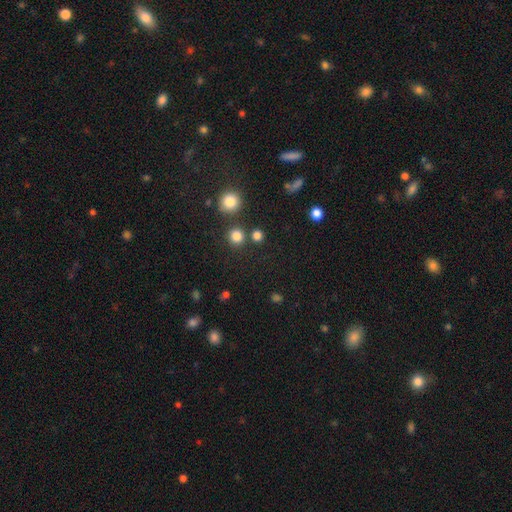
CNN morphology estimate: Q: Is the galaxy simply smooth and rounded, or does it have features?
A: star or artifact — 50%.